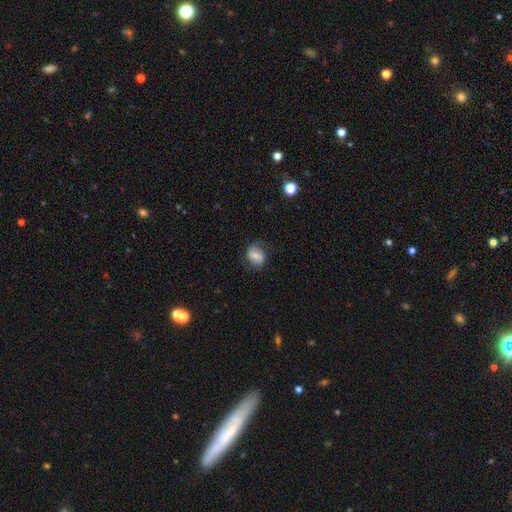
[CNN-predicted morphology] A smooth galaxy with no disk features (55%) that is in between round and cigar-shaped (51%). Merging: none (64%).